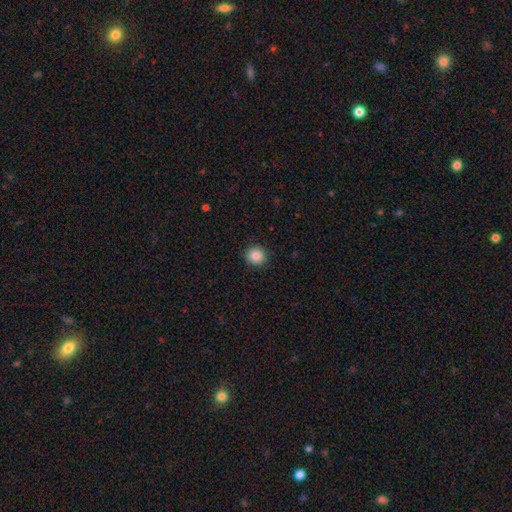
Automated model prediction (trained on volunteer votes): A smooth galaxy with no disk features (87%) that is round (89%).

Vote fractions:
- Smooth or featured? smooth: 87% / star or artifact: 9% / featured or disk: 4%
- How rounded? round: 89% / in between: 10% / cigar-shaped: 1%
- Merging? none: 91% / minor disturbance: 6% / major disturbance: 2% / merger: 1%